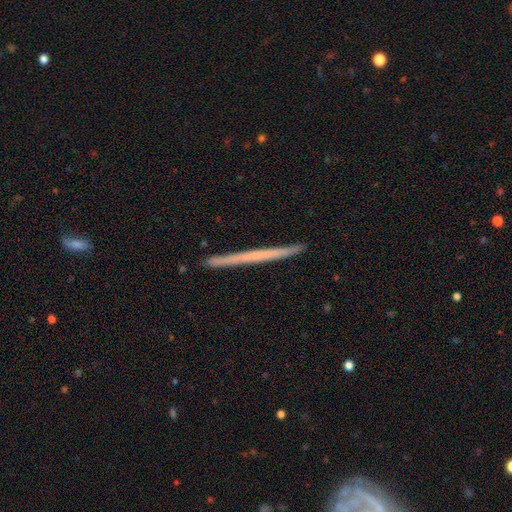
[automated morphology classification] Q: Smooth or featured?
A: featured or disk (55%); runner-up: smooth (40%)
Q: Edge-on disk?
A: yes (98%); runner-up: no (2%)
Q: Edge-on bulge?
A: none (89%); runner-up: rounded (8%)
Q: Merging?
A: none (92%); runner-up: minor disturbance (5%)